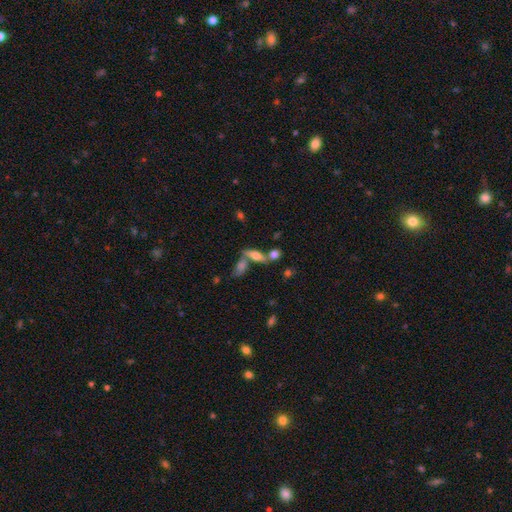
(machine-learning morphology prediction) The model was most divided on "smooth or featured": smooth: 50%, featured or disk: 39%, star or artifact: 11%. More confident: merging — none (55%).